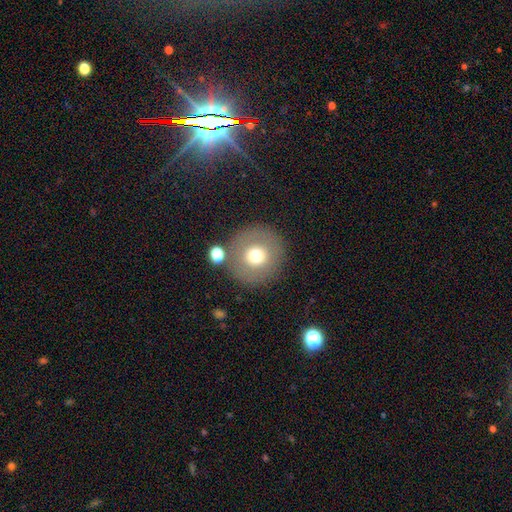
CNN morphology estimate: The model was most divided on "smooth or featured": smooth: 67%, featured or disk: 22%, star or artifact: 11%. More confident: how rounded — round (95%); merging — none (83%).